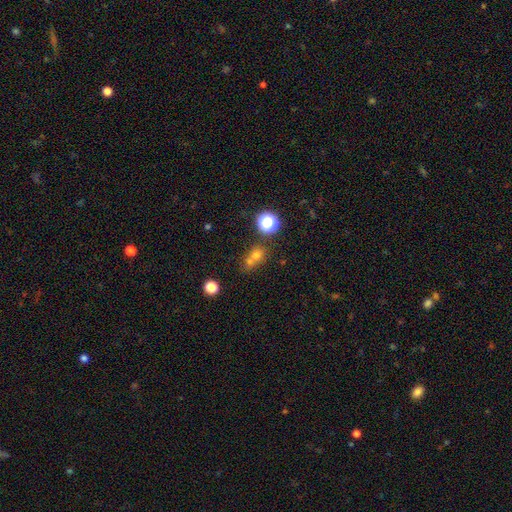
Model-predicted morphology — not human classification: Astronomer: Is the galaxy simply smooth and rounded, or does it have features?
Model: smooth — 59%.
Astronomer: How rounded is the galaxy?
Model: round — 74%.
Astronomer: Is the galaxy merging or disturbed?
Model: none — 44% (runner-up: merger, 42%).